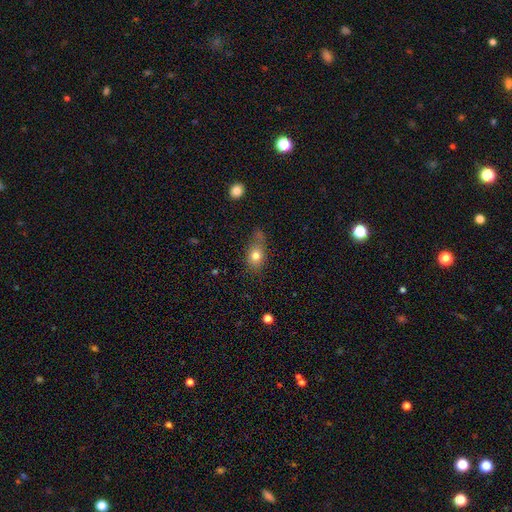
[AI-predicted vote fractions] Q: Smooth or featured?
A: smooth (78%); runner-up: featured or disk (12%)
Q: How rounded?
A: in between (65%); runner-up: round (30%)
Q: Merging?
A: none (50%); runner-up: minor disturbance (29%)